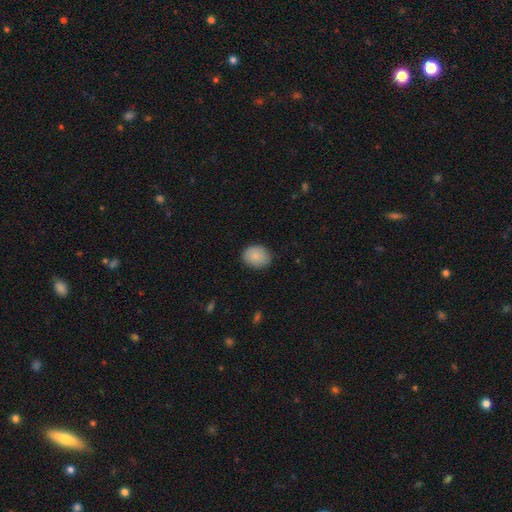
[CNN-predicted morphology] smooth_or_featured: smooth (p=0.86) [alt: star or artifact p=0.07]
how_rounded: round (p=0.51) [alt: in between p=0.48]
merging: none (p=0.83) [alt: minor disturbance p=0.14]